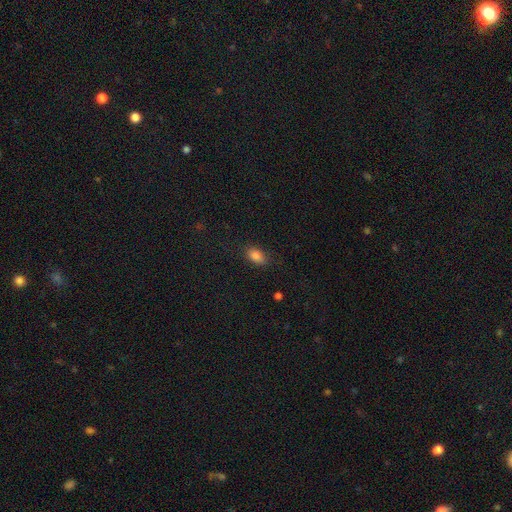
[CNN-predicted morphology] The model was most divided on "merging": none: 81%, minor disturbance: 14%, major disturbance: 4%, merger: 1%. More confident: how rounded — in between (88%); smooth or featured — smooth (84%).